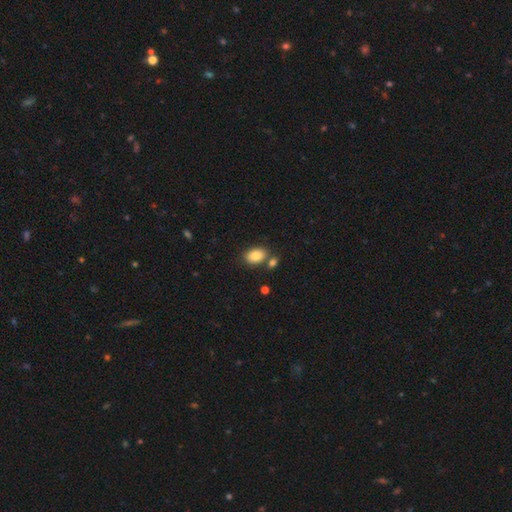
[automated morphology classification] The model was most divided on "merging": none: 70%, merger: 16%, minor disturbance: 11%, major disturbance: 3%. More confident: smooth or featured — smooth (85%); how rounded — in between (82%).